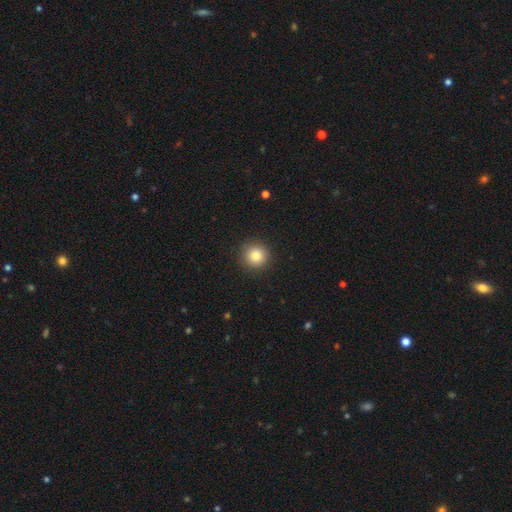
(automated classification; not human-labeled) smooth_or_featured: smooth (p=0.83) [alt: star or artifact p=0.11]
how_rounded: round (p=0.95) [alt: in between p=0.04]
merging: none (p=0.91) [alt: minor disturbance p=0.06]